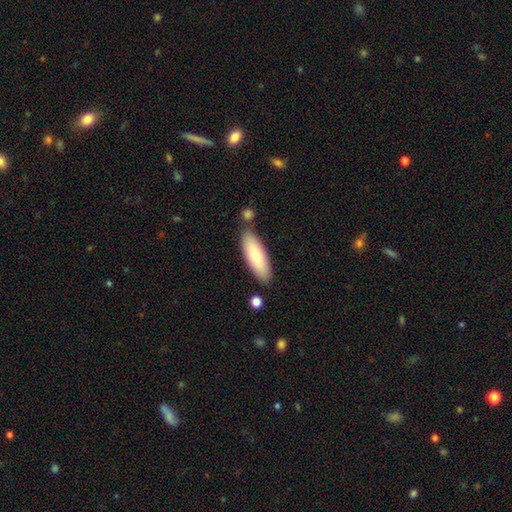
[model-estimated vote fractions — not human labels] smooth-or-featured: smooth: 74% | featured or disk: 20% | star or artifact: 5%
  how-rounded: in between: 55% | cigar-shaped: 44% | round: 2%
  merging: none: 79% | minor disturbance: 12% | merger: 7% | major disturbance: 2%